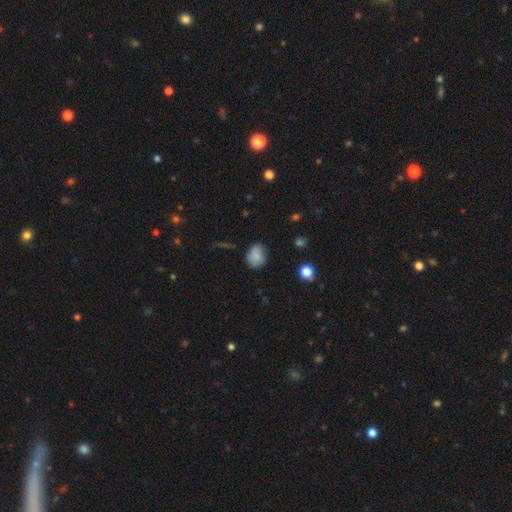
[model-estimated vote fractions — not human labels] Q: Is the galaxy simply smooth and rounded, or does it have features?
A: smooth — 83%.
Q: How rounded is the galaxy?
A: in between — 52%.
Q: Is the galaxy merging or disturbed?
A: none — 71%.